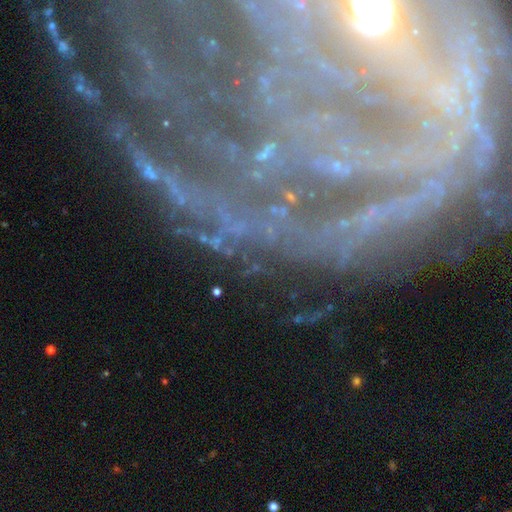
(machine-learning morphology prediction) Smooth or featured?
  - featured or disk: 71% *
  - star or artifact: 18%
  - smooth: 10%
Edge-on disk?
  - no: 91% *
  - yes: 9%
Bar?
  - strong: 39% *
  - no: 36%
  - weak: 26%
Spiral arms?
  - yes: 89% *
  - no: 11%
Spiral winding?
  - tight: 74% *
  - medium: 19%
  - loose: 7%
Spiral arm count?
  - can't tell: 26% *
  - 2: 18%
  - 3: 16%
  - more than 4: 14%
  - 4: 14%
  - 1: 12%
Bulge size?
  - small: 48% *
  - moderate: 33%
  - large: 10%
  - none: 6%
  - dominant: 4%
Merging?
  - none: 73% *
  - minor disturbance: 14%
  - major disturbance: 10%
  - merger: 4%